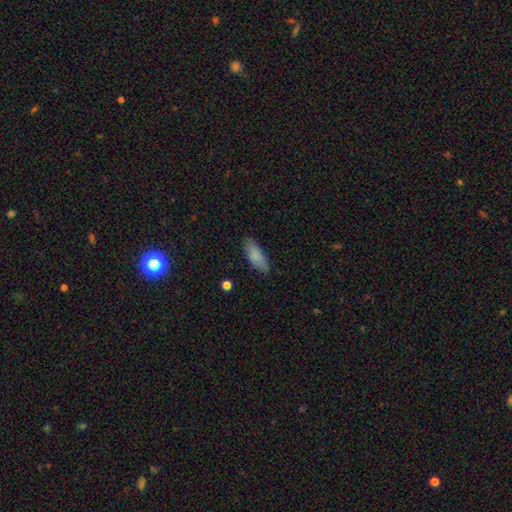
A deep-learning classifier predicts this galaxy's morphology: smooth-or-featured: smooth: 84% | featured or disk: 10% | star or artifact: 7%
  how-rounded: in between: 72% | cigar-shaped: 26% | round: 2%
  merging: none: 78% | minor disturbance: 17% | major disturbance: 3% | merger: 1%